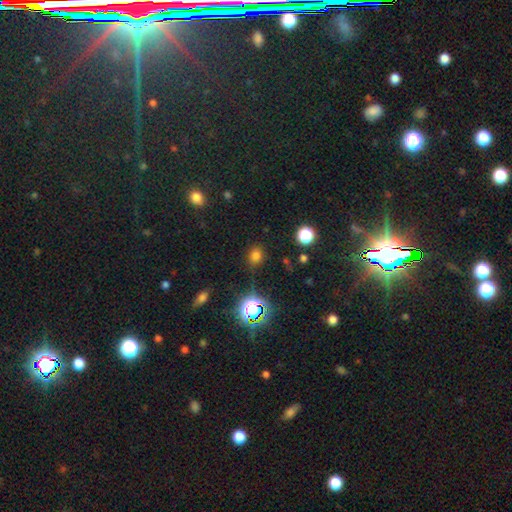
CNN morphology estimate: smooth_or_featured: smooth (p=0.69) [alt: star or artifact p=0.25]
how_rounded: round (p=0.72) [alt: in between p=0.27]
merging: none (p=0.80) [alt: minor disturbance p=0.13]